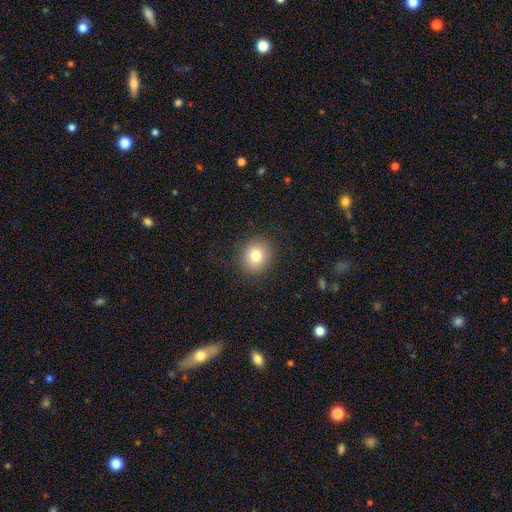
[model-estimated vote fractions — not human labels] Smooth or featured? smooth (80%)
How rounded? round (79%)
Merging? none (88%)